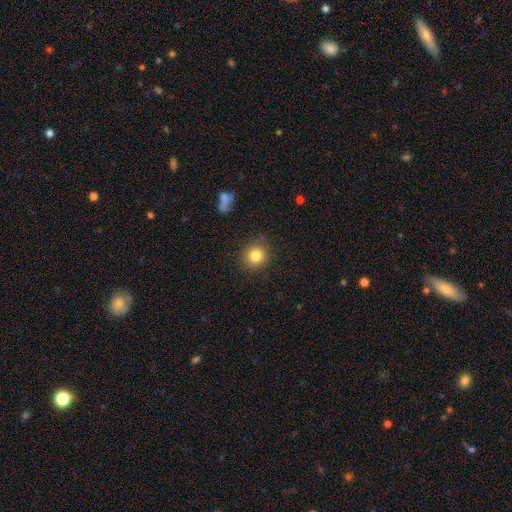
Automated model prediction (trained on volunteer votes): A smooth galaxy with no disk features (83%) that is round (82%).

Vote fractions:
- Smooth or featured? smooth: 83% / star or artifact: 10% / featured or disk: 7%
- How rounded? round: 82% / in between: 17% / cigar-shaped: 1%
- Merging? none: 84% / minor disturbance: 12% / major disturbance: 3% / merger: 2%